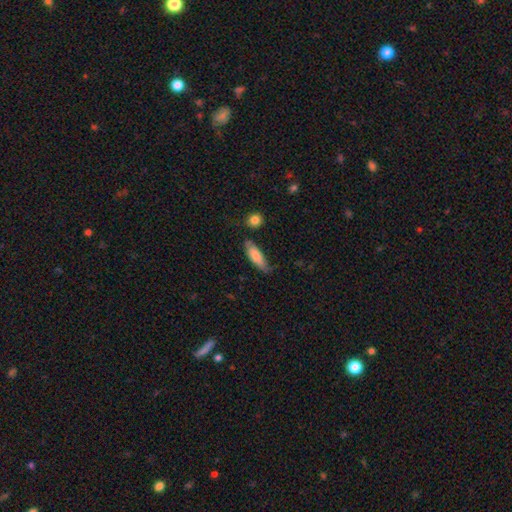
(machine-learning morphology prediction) type=smooth (79%); roundness=in between (52%); merging=none (56%).